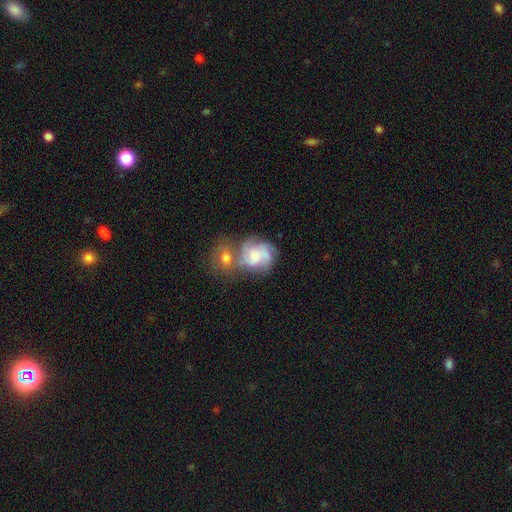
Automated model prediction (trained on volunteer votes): The model was most divided on "bulge size": moderate: 39%, small: 32%, none: 18%, large: 10%, dominant: 2%. Remaining: edge-on disk — no (98%); spiral arms — yes (85%); bar — no (65%); smooth or featured — featured or disk (61%); spiral winding — medium (45%); merging — merger (43%); spiral arm count — 3 (43%).